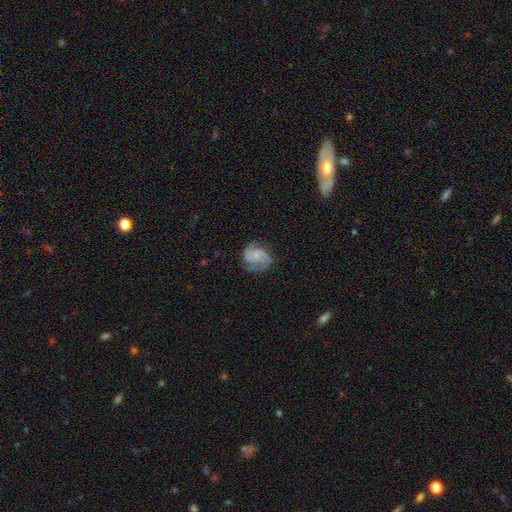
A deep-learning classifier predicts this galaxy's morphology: type=featured or disk (79%); edge-on=no (98%); bar=no (65%); spiral arms=yes (96%); winding=medium (51%); arm count=2 (78%); bulge=small (52%); merging=none (75%).